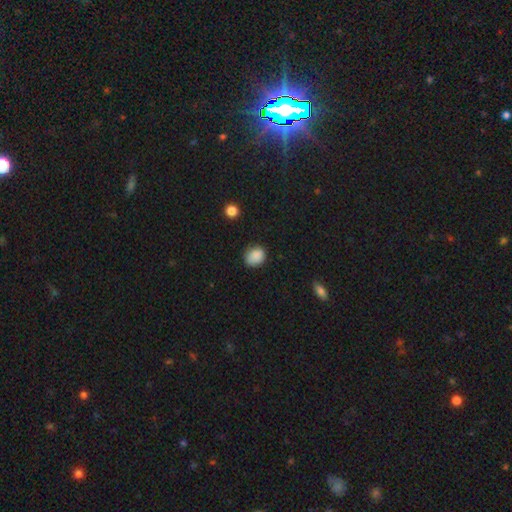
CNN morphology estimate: This is clearly a smooth galaxy (87%). How rounded: likely round (64%). Merging: likely none (77%).